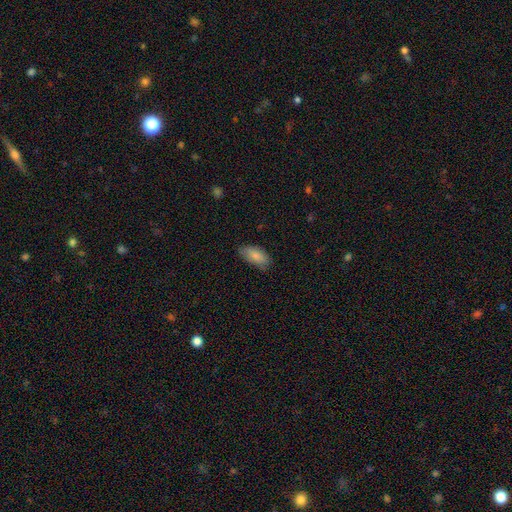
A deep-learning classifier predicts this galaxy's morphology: This is clearly a smooth galaxy (86%). How rounded: clearly in between (90%). Merging: likely none (78%).